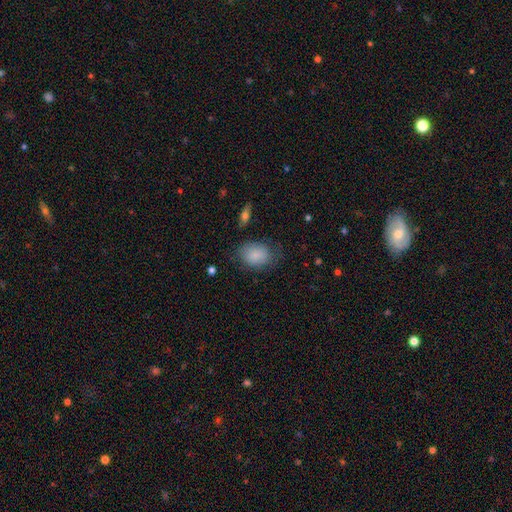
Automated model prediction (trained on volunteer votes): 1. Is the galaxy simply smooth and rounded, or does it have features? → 84% smooth, 9% featured or disk, 7% star or artifact.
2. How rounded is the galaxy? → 71% in between, 28% round, 1% cigar-shaped.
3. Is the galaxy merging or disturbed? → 66% none, 24% minor disturbance, 9% major disturbance, 2% merger.